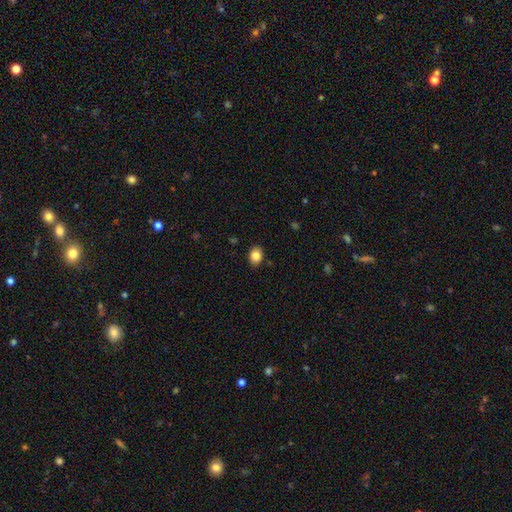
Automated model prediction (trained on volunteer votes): This is clearly a smooth galaxy (85%). How rounded: likely in between (63%). Merging: clearly none (87%).